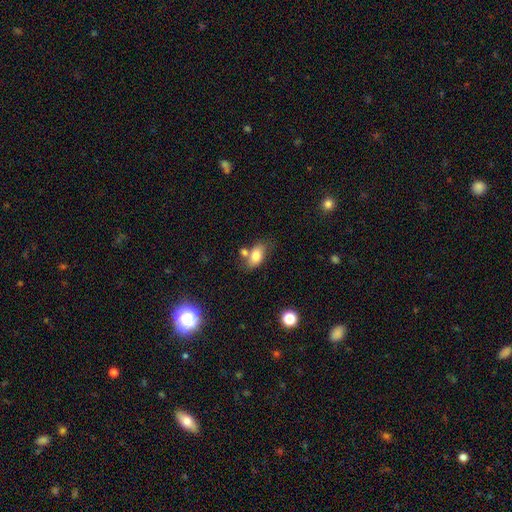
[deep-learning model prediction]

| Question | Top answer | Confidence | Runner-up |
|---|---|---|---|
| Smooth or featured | smooth | 77% | featured or disk (15%) |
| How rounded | in between | 87% | round (10%) |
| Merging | none | 54% | merger (24%) |